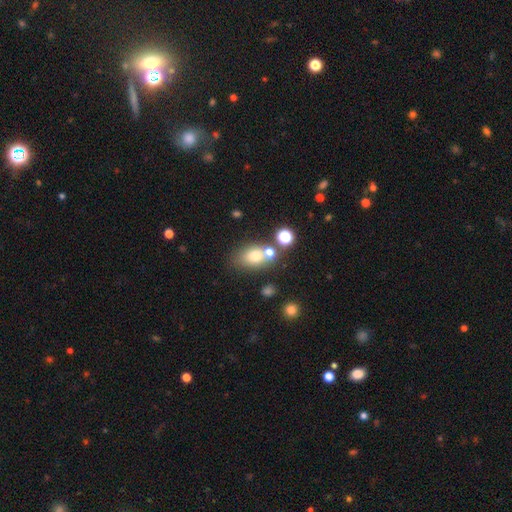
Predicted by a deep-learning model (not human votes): Smooth or featured? smooth (71%)
How rounded? in between (66%)
Merging? none (55%)